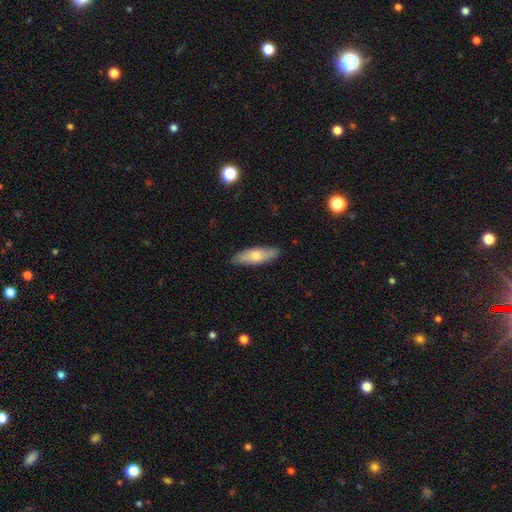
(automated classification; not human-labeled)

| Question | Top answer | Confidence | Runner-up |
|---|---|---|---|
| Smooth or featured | smooth | 68% | featured or disk (27%) |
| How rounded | in between | 51% | cigar-shaped (47%) |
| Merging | none | 85% | minor disturbance (12%) |